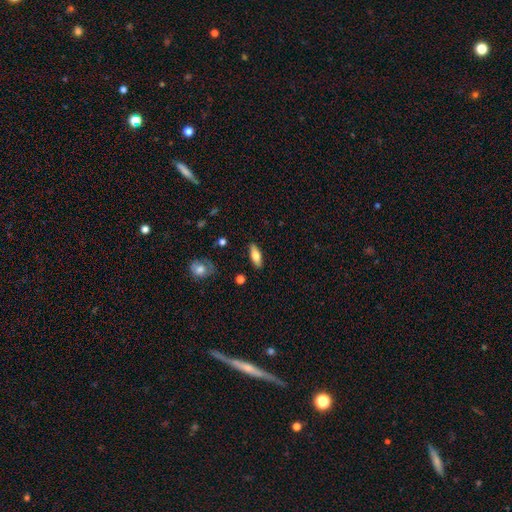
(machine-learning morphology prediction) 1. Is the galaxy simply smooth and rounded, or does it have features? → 70% smooth, 24% featured or disk, 6% star or artifact.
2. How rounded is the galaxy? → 68% in between, 30% cigar-shaped, 3% round.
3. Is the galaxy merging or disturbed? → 86% none, 10% minor disturbance, 2% major disturbance, 2% merger.